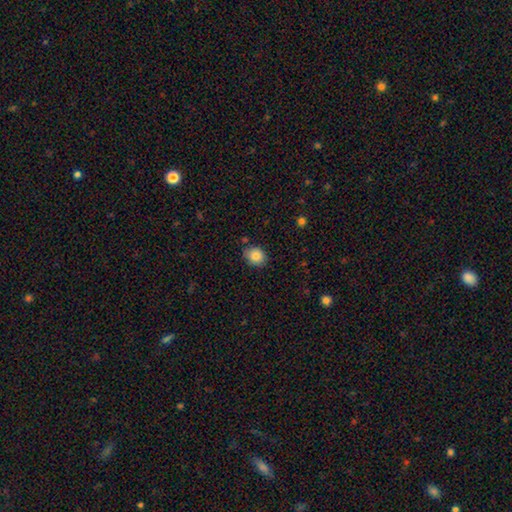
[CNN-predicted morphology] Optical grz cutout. It shows a smooth galaxy with no disk features (84%) that is round (66%). Merging: none (80%).